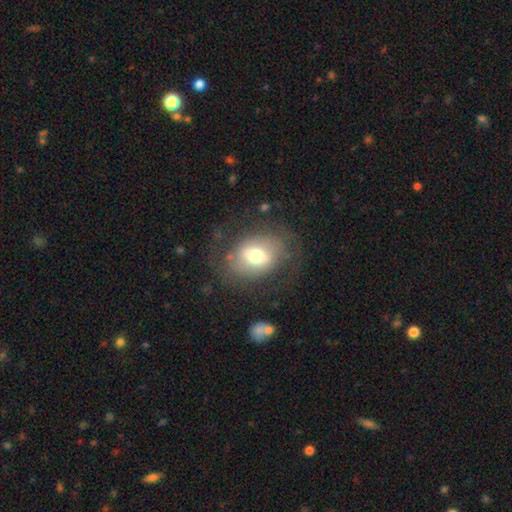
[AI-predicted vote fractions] Overall: smooth (51%; featured or disk 39%). How rounded: in between (64%; round 35%). Merging: none (65%).